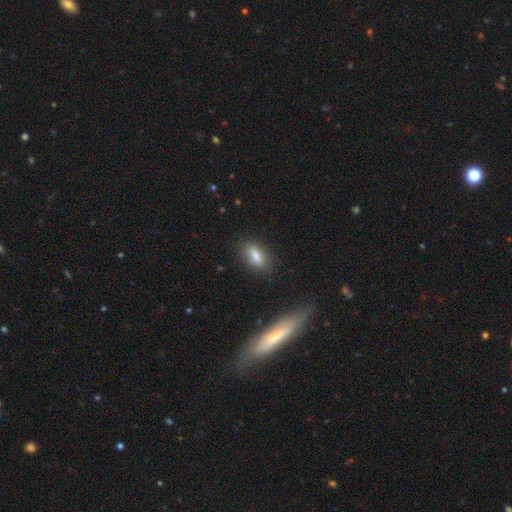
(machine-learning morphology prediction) Overall: smooth (78%). How rounded: in between (80%). Merging: none (80%).